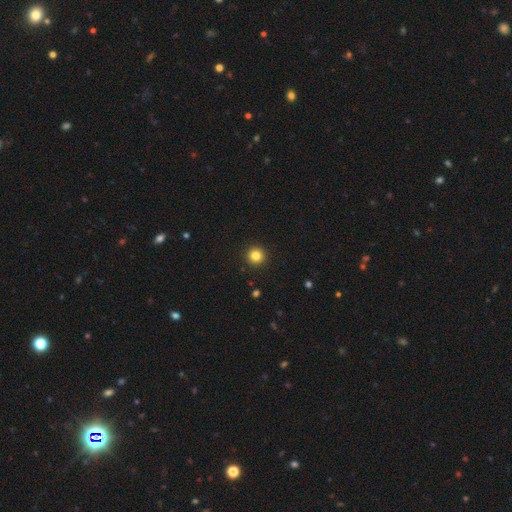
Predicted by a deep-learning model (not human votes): smooth_or_featured: smooth (p=0.83) [alt: star or artifact p=0.12]
how_rounded: round (p=0.96) [alt: in between p=0.03]
merging: none (p=0.94) [alt: minor disturbance p=0.04]